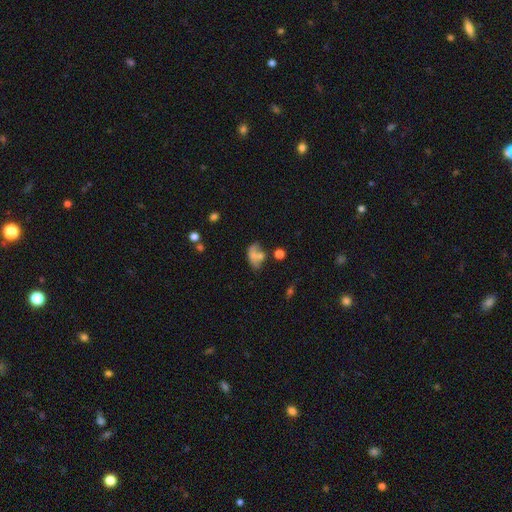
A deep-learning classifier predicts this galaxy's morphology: Smooth or featured: smooth — 59% (featured or disk — 28%)
How rounded: in between — 81% (round — 15%)
Merging: none — 33% (merger — 29%)